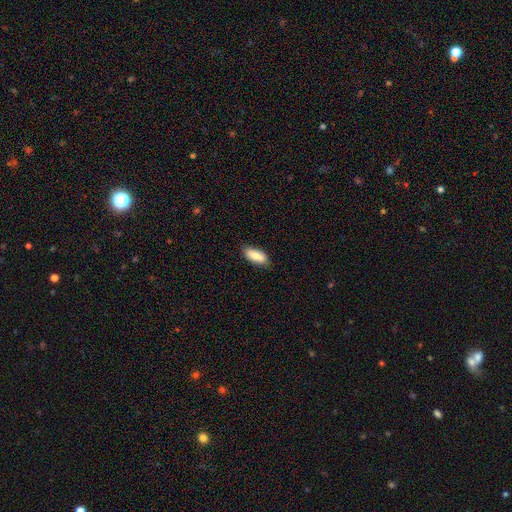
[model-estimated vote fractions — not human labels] The model was most divided on "how rounded": in between: 79%, cigar-shaped: 19%, round: 2%. More confident: smooth or featured — smooth (84%); merging — none (83%).